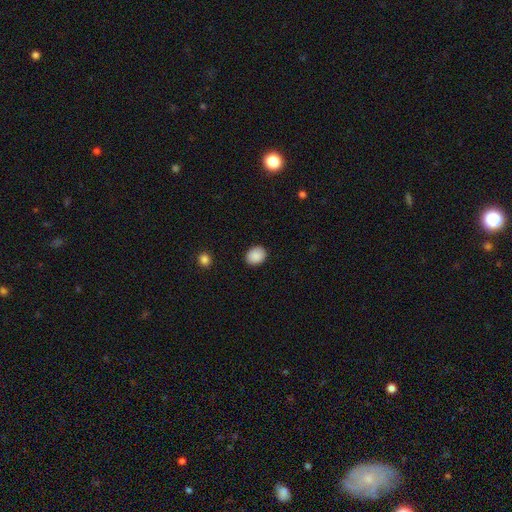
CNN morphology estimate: The model was most divided on "how rounded": round: 54%, in between: 45%, cigar-shaped: 1%. More confident: merging — none (90%); smooth or featured — smooth (89%).